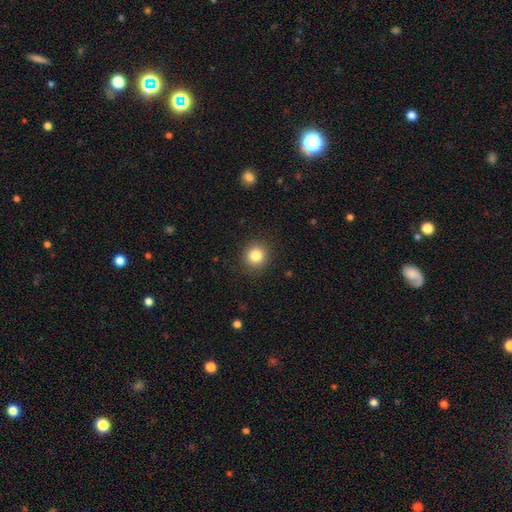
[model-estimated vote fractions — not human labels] Overall: smooth (83%). How rounded: round (90%). Merging: none (91%).